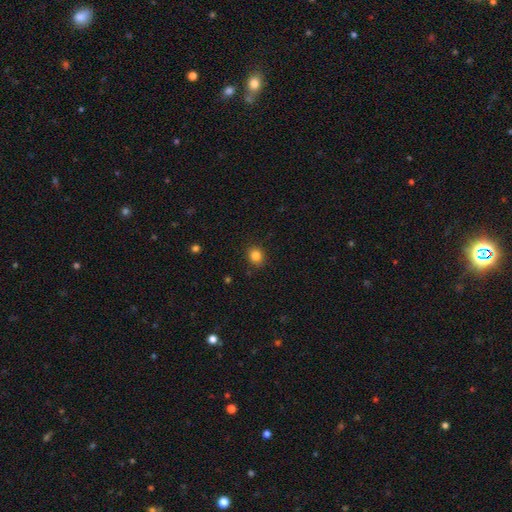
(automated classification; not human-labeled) Overall: smooth (83%). How rounded: round (79%). Merging: none (88%).